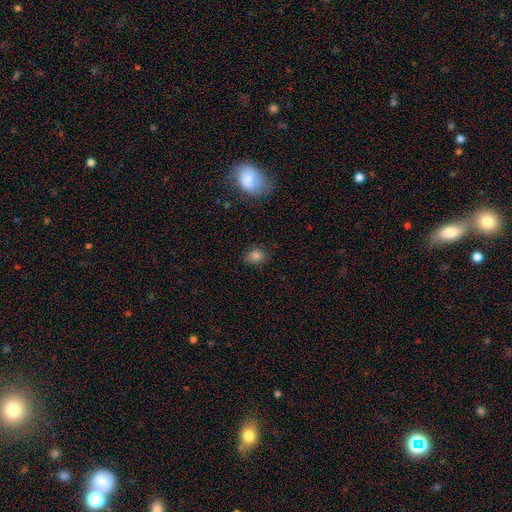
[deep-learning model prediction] Morphology: type=smooth (81%); roundness=in between (56%); merging=none (82%).